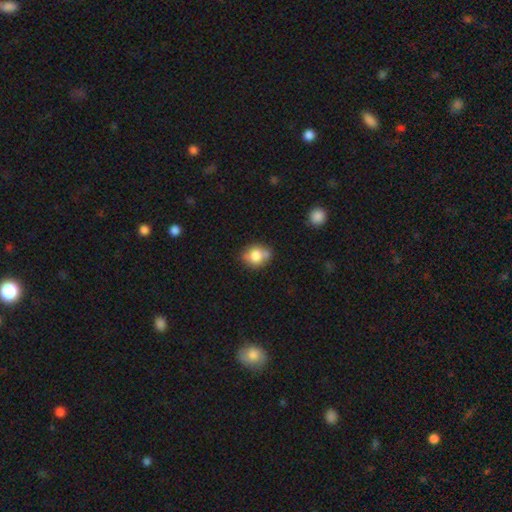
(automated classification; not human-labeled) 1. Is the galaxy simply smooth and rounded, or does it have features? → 76% smooth, 15% featured or disk, 9% star or artifact.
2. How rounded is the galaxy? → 60% round, 39% in between, 1% cigar-shaped.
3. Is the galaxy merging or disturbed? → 60% none, 23% minor disturbance, 12% merger, 5% major disturbance.